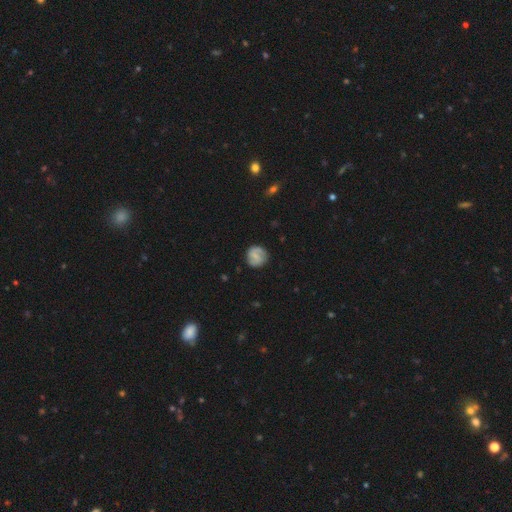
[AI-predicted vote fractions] This is possibly a smooth galaxy (48%). Merging: clearly none (80%).